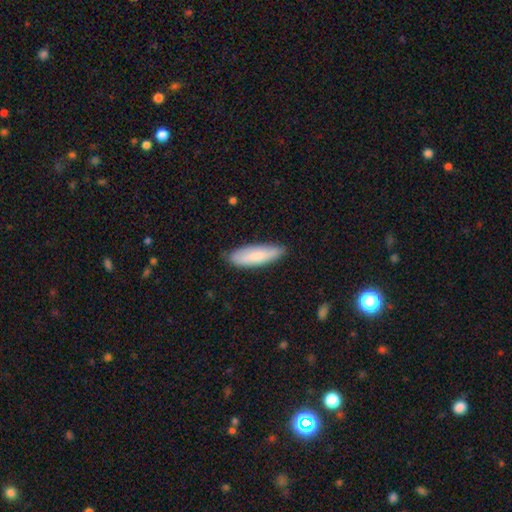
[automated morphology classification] Smooth or featured? Predicted: smooth (p=0.79). How rounded? Predicted: in between (p=0.49, tied with cigar-shaped). Merging? Predicted: none (p=0.81).